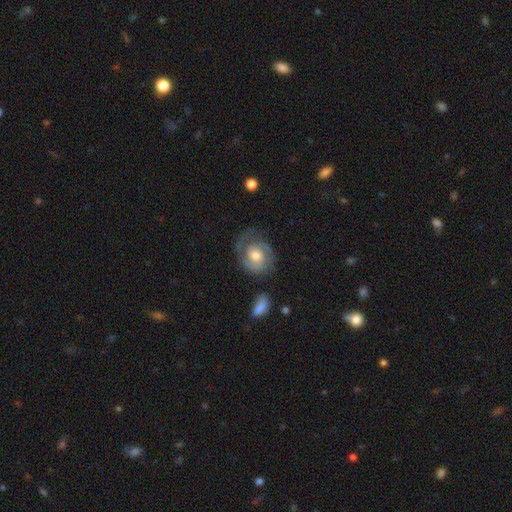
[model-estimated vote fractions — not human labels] A featured or disk galaxy (74%) with no bar (61%), 2 (70%) tight (50%) spiral arms (90%) and a moderate central bulge (65%). Merging: none (63%).